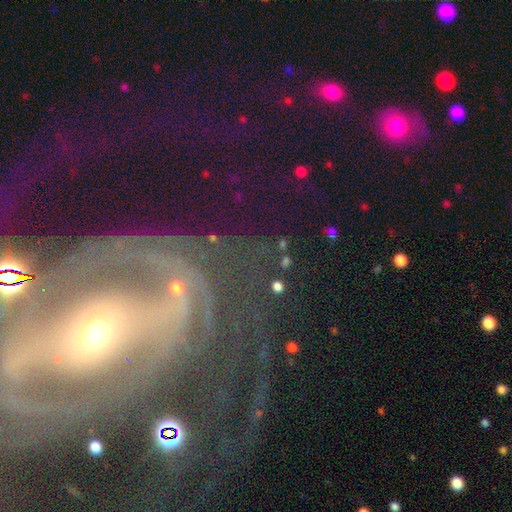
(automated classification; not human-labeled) Overall: featured or disk (68%). Edge-on disk: no (92%). Bar: no (40%; strong 31%). Spiral arms: yes (83%). Spiral arm count: 2 (33%; can't tell 24%). Spiral winding: tight (54%; medium 31%). Bulge size: small (48%; moderate 40%). Merging: none (64%).